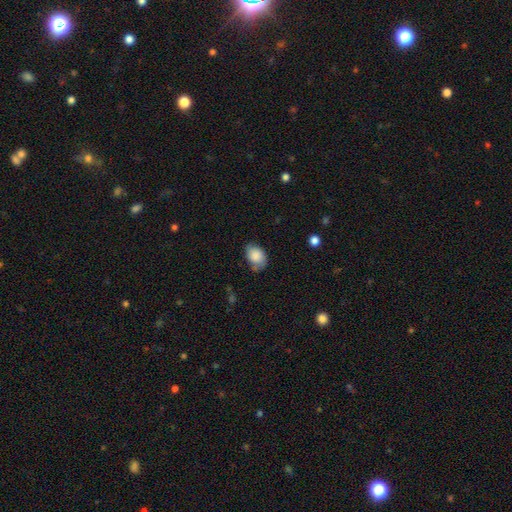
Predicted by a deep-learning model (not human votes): Smooth or featured?
  - smooth: 84% *
  - featured or disk: 9%
  - star or artifact: 7%
How rounded?
  - in between: 78% *
  - round: 21%
  - cigar-shaped: 1%
Merging?
  - none: 62% *
  - minor disturbance: 28%
  - major disturbance: 7%
  - merger: 3%